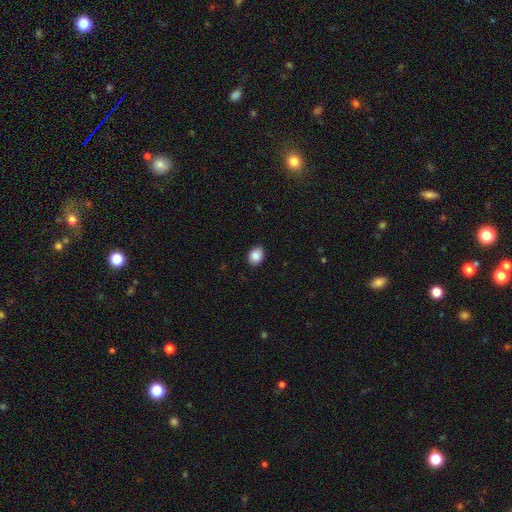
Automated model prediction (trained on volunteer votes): Morphology: type=smooth (88%); roundness=round (51%); merging=none (87%).